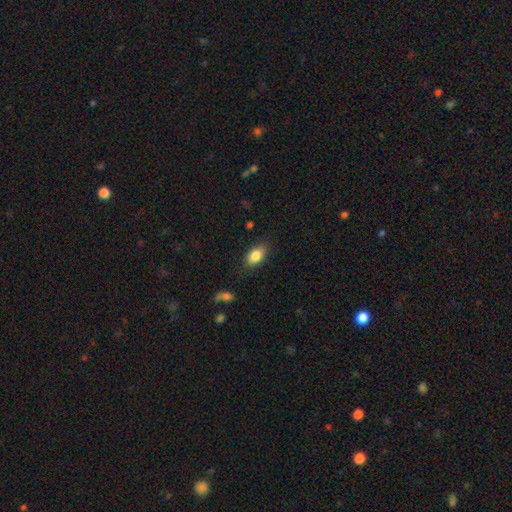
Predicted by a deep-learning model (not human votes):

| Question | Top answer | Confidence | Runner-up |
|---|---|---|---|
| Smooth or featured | smooth | 85% | featured or disk (8%) |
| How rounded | in between | 89% | round (8%) |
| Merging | none | 84% | minor disturbance (12%) |